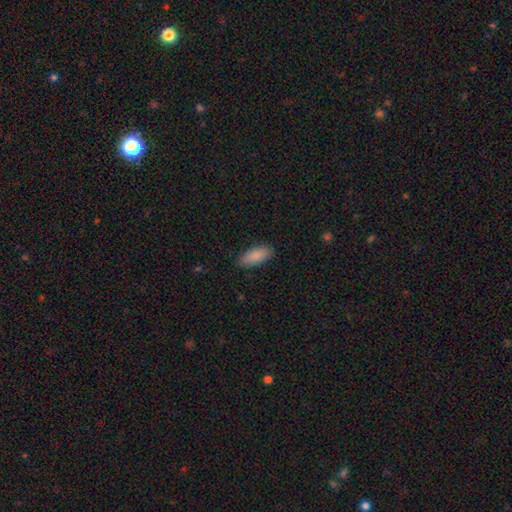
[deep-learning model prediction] Morphology: type=smooth (88%); roundness=in between (85%); merging=none (86%).